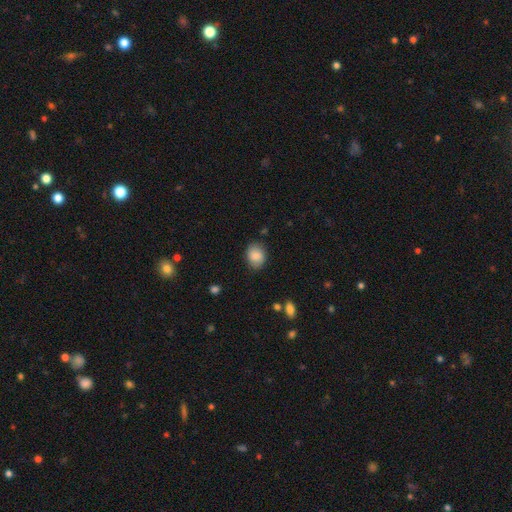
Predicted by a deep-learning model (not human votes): Smooth or featured: smooth — 85% (star or artifact — 8%)
How rounded: round — 50% (in between — 49%)
Merging: none — 82% (minor disturbance — 14%)